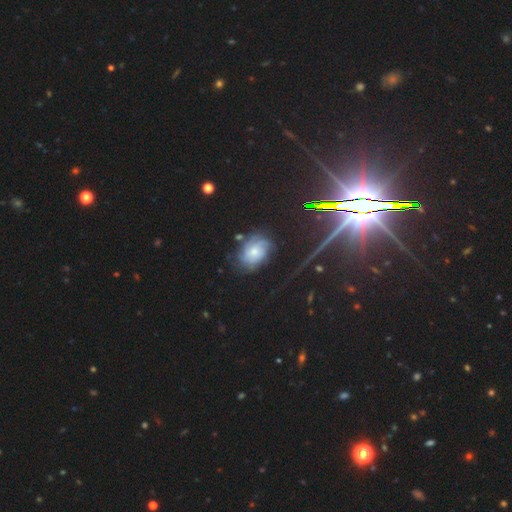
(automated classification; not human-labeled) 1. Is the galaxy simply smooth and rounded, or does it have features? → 62% featured or disk, 23% smooth, 15% star or artifact.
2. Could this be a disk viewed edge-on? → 96% no, 4% yes.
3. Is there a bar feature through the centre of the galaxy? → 77% no, 19% weak, 4% strong.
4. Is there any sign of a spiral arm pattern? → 88% yes, 12% no.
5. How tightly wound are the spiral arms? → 54% tight, 32% medium, 14% loose.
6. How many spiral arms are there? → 44% can't tell, 17% 3, 16% 2, 10% 4, 7% 1, 7% more than 4.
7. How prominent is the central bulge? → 52% small, 38% moderate, 5% large, 3% none, 2% dominant.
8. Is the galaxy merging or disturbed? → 63% none, 21% minor disturbance, 14% major disturbance, 3% merger.